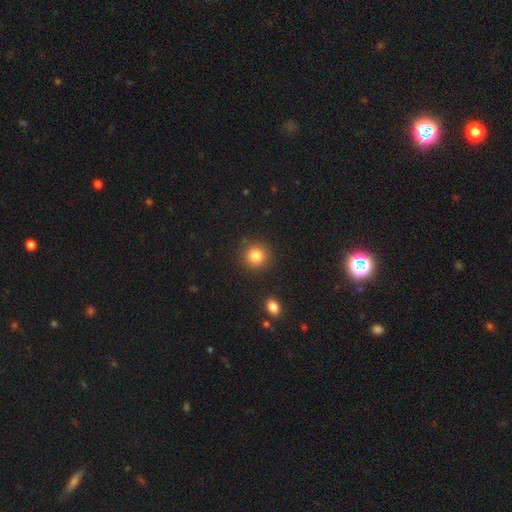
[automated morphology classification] This is clearly a smooth galaxy (83%). How rounded: clearly round (91%). Merging: clearly none (88%).